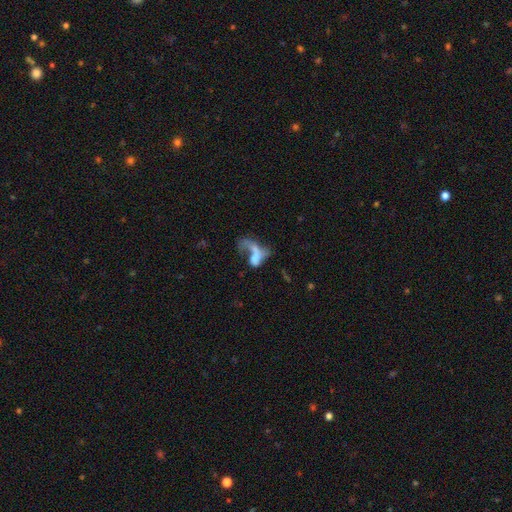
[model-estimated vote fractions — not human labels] Smooth or featured?
  - smooth: 45% *
  - featured or disk: 42%
  - star or artifact: 14%
Merging?
  - merger: 40% *
  - major disturbance: 37%
  - none: 15%
  - minor disturbance: 8%